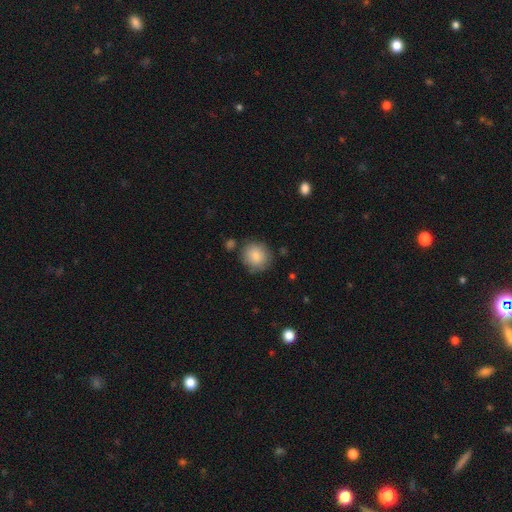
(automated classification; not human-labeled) Smooth or featured?
  - smooth: 84% *
  - featured or disk: 8%
  - star or artifact: 8%
How rounded?
  - round: 89% *
  - in between: 10%
  - cigar-shaped: 1%
Merging?
  - none: 79% *
  - minor disturbance: 13%
  - merger: 4%
  - major disturbance: 4%